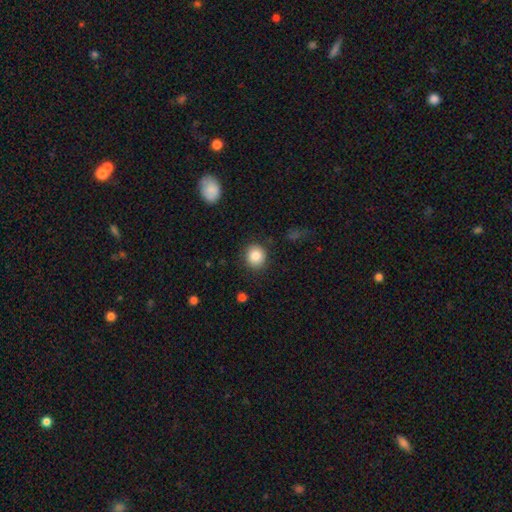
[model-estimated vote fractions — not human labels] Smooth or featured: smooth — 85% (star or artifact — 9%)
How rounded: round — 85% (in between — 14%)
Merging: none — 88% (minor disturbance — 8%)